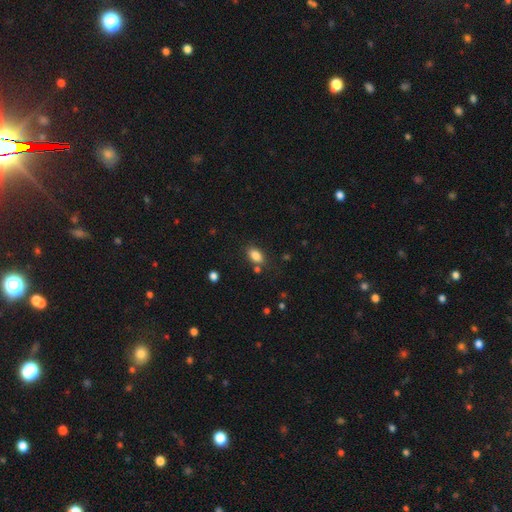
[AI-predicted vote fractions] This appears to be a smooth galaxy with no disk features (85%) that is in between round and cigar-shaped (88%). Merging: none (78%).